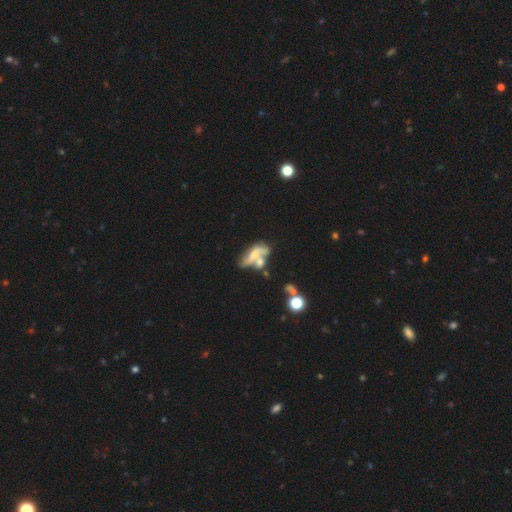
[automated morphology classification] Smooth or featured? Predicted: featured or disk (p=0.56). Edge-on disk? Predicted: no (p=0.84). Merging? Predicted: merger (p=0.50).